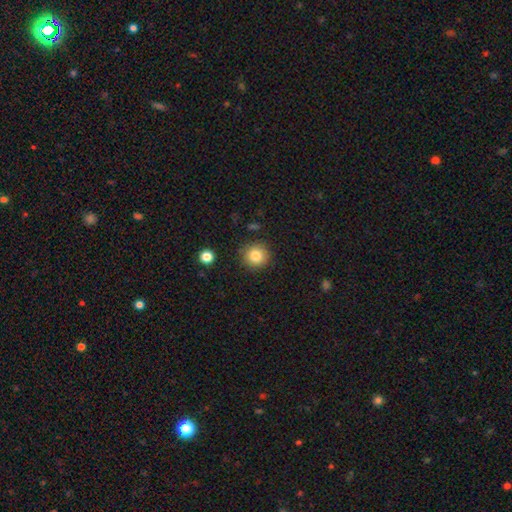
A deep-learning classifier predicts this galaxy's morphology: Smooth or featured: smooth — 83% (star or artifact — 11%)
How rounded: round — 92% (in between — 7%)
Merging: none — 88% (minor disturbance — 8%)